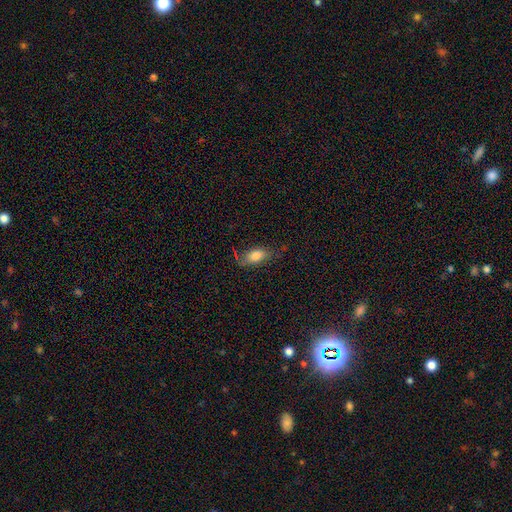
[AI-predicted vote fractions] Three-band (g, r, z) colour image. It shows a smooth galaxy with no disk features (75%) that is in between round and cigar-shaped (85%). Merging: none (66%).